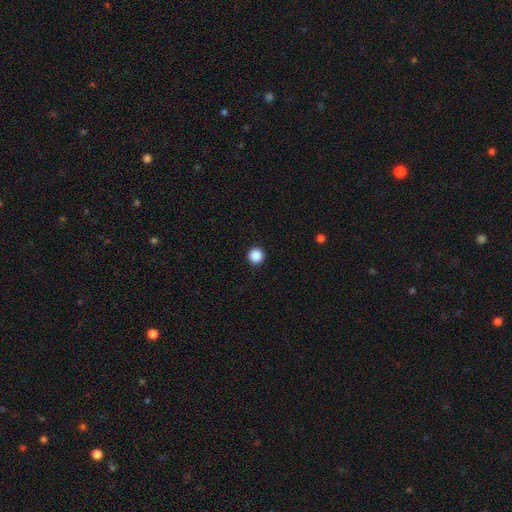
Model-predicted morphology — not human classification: This is clearly a smooth galaxy (88%). How rounded: clearly round (96%). Merging: clearly none (94%).